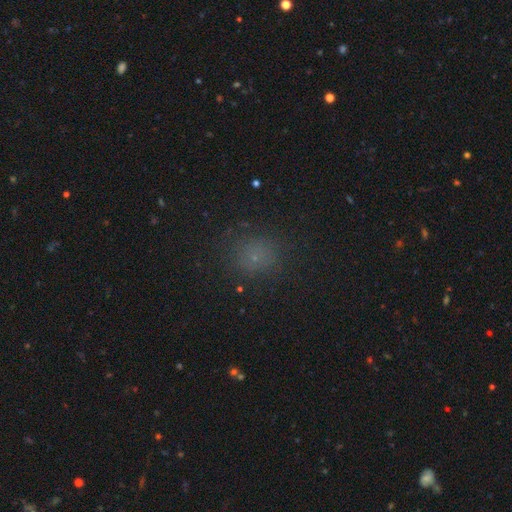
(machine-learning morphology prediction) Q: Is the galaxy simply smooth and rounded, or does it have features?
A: smooth — 66%.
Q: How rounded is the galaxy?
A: round — 82%.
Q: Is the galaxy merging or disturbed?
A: none — 83%.